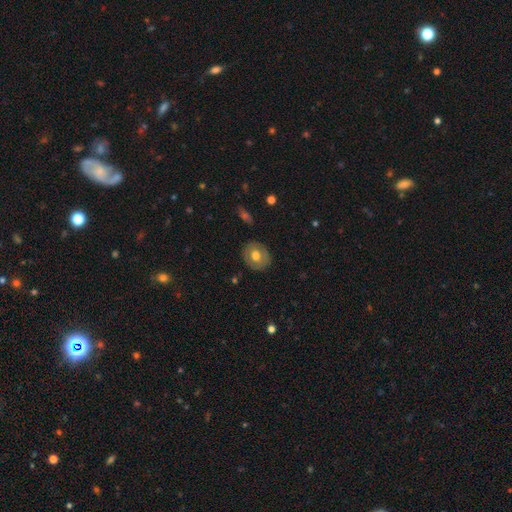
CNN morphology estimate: smooth-or-featured: smooth: 58% | featured or disk: 35% | star or artifact: 7%
  how-rounded: round: 70% | in between: 29% | cigar-shaped: 1%
  merging: none: 85% | minor disturbance: 11% | major disturbance: 3% | merger: 1%